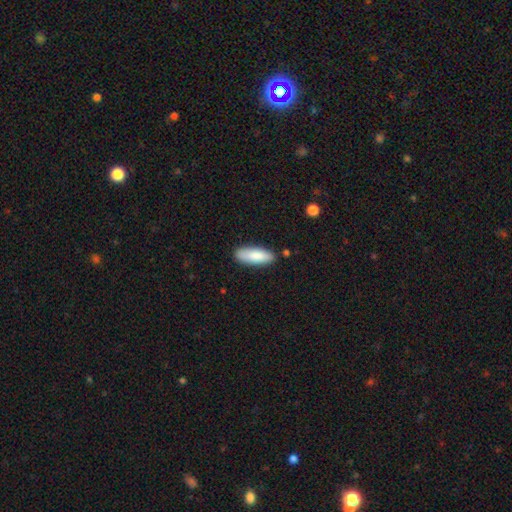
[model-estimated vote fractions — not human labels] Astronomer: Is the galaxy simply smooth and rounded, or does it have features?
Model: smooth — 85%.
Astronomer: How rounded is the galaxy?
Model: in between — 65%.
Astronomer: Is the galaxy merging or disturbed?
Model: none — 84%.